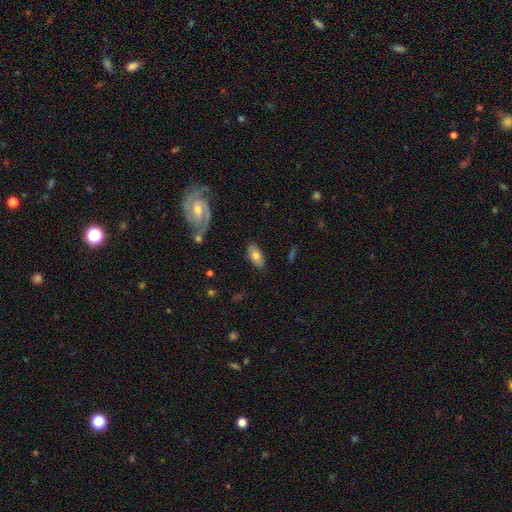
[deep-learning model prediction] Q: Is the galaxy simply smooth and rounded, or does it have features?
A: smooth — 71%.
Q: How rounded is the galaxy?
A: in between — 89%.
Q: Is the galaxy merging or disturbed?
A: none — 81%.